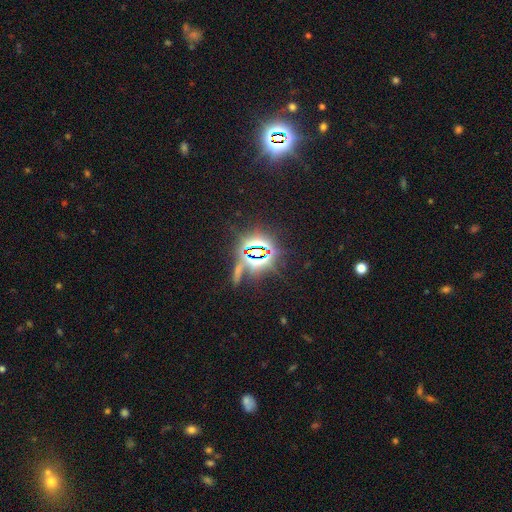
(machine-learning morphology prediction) A star or artifact, not a galaxy (83%).

Vote fractions:
- Smooth or featured? star or artifact: 83% / smooth: 9% / featured or disk: 9%